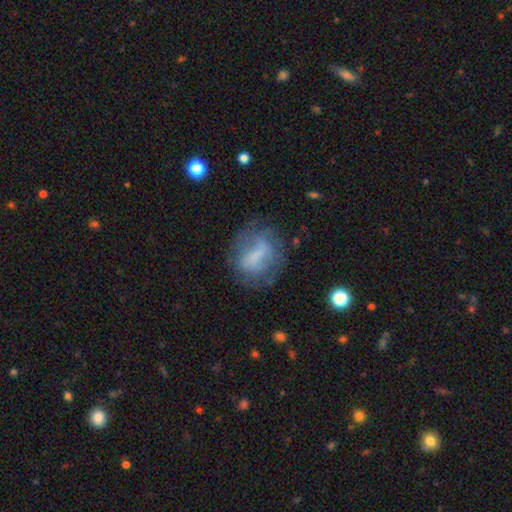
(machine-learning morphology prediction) The model was most divided on "smooth or featured": smooth: 46%, featured or disk: 43%, star or artifact: 11%. More confident: merging — none (60%).